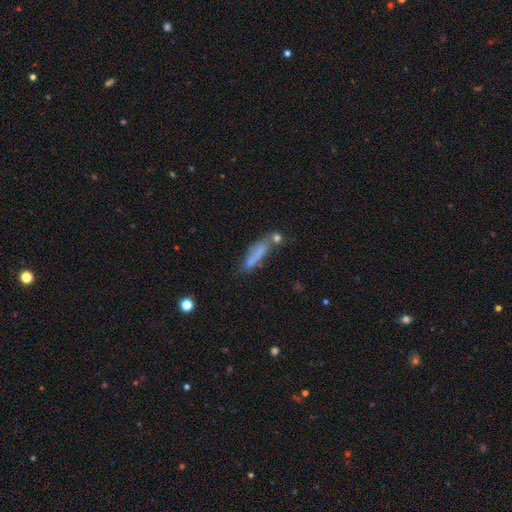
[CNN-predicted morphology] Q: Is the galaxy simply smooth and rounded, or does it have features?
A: smooth — 64%.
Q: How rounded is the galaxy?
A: cigar-shaped — 75%.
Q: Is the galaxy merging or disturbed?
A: none — 49%.